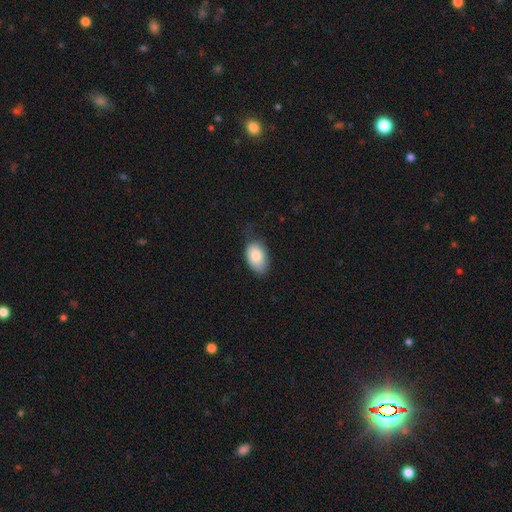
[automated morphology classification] Q: Smooth or featured?
A: smooth (82%); runner-up: featured or disk (11%)
Q: How rounded?
A: in between (90%); runner-up: round (9%)
Q: Merging?
A: none (61%); runner-up: minor disturbance (31%)